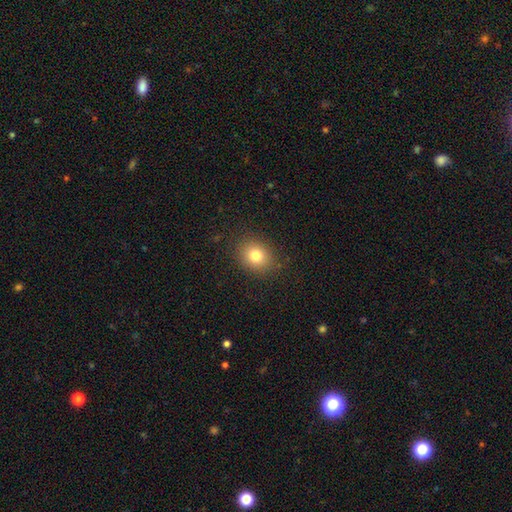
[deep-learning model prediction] Morphology: type=smooth (80%); roundness=round (68%); merging=none (88%).